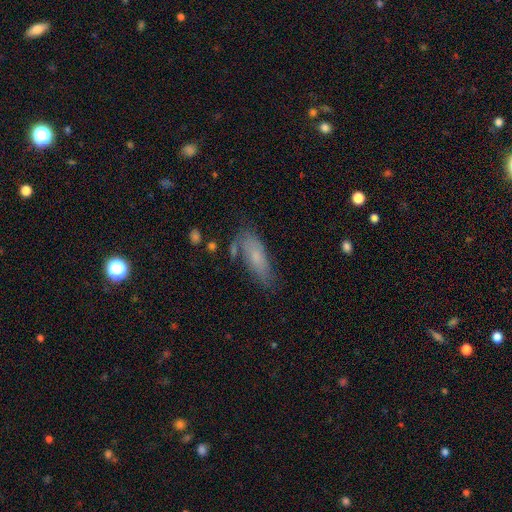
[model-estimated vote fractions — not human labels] smooth_or_featured: smooth (p=0.65) [alt: featured or disk p=0.26]
how_rounded: in between (p=0.62) [alt: cigar-shaped p=0.36]
merging: none (p=0.61) [alt: minor disturbance p=0.25]